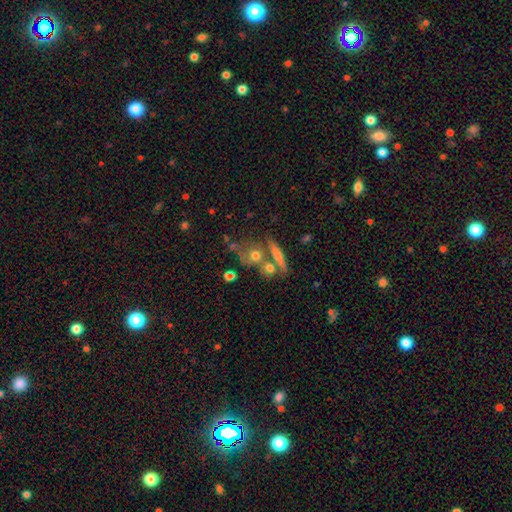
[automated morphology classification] Smooth or featured: smooth — 50% (featured or disk — 35%)
How rounded: round — 59% (in between — 26%)
Merging: none — 53% (merger — 29%)